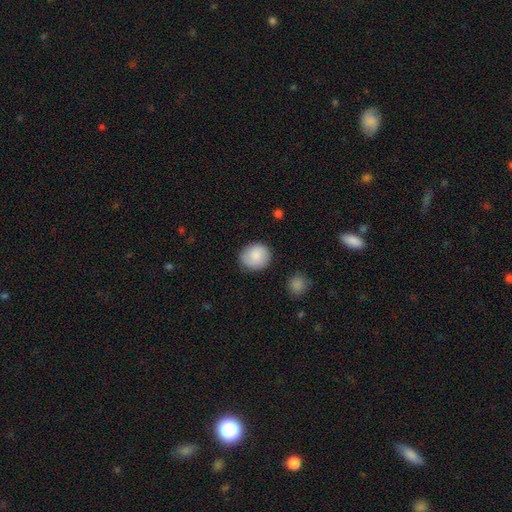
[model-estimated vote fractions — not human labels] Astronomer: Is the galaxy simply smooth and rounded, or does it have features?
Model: smooth — 79%.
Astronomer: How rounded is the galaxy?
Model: round — 80%.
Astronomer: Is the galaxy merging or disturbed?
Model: none — 83%.